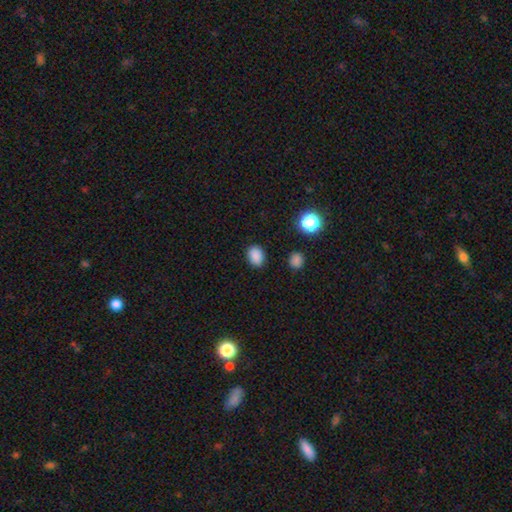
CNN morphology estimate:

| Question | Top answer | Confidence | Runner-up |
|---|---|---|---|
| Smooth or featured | smooth | 86% | star or artifact (11%) |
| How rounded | in between | 71% | round (28%) |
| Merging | none | 87% | minor disturbance (9%) |